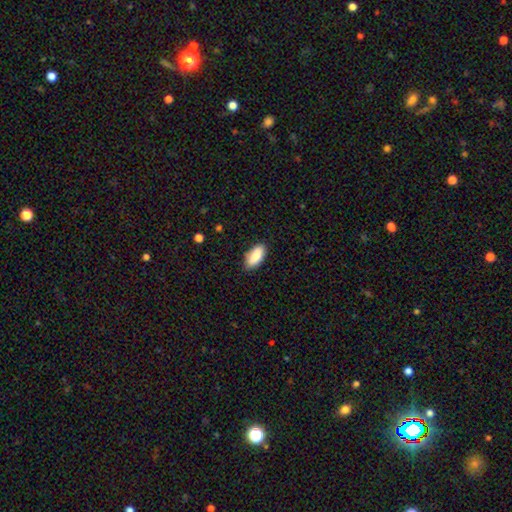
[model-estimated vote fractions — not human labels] Smooth or featured: smooth — 88% (star or artifact — 6%)
How rounded: in between — 90% (cigar-shaped — 8%)
Merging: none — 85% (minor disturbance — 11%)